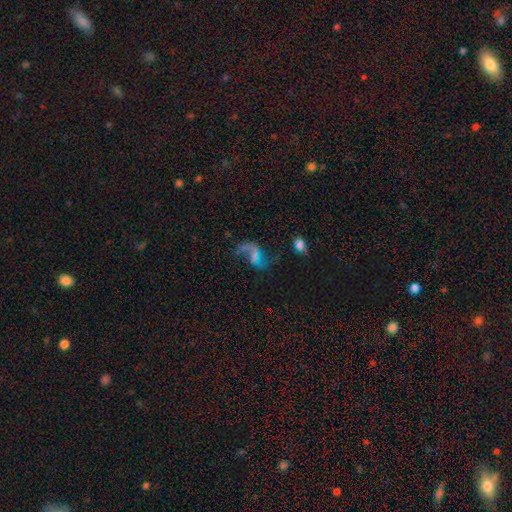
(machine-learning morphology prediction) Smooth or featured? featured or disk (69%)
Edge-on disk? no (97%)
Bar? weak (45%)
Spiral arms? yes (82%)
Spiral winding? loose (85%)
Spiral arm count? 2 (75%)
Bulge size? none (41%)
Merging? none (44%)